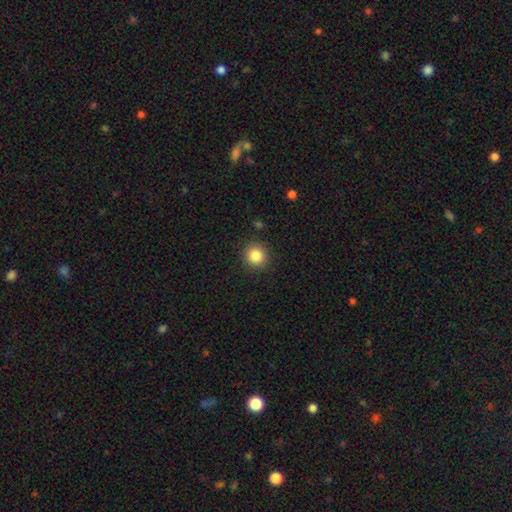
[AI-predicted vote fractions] smooth-or-featured: smooth: 85% | star or artifact: 10% | featured or disk: 5%
  how-rounded: round: 91% | in between: 8% | cigar-shaped: 1%
  merging: none: 90% | minor disturbance: 6% | major disturbance: 2% | merger: 1%